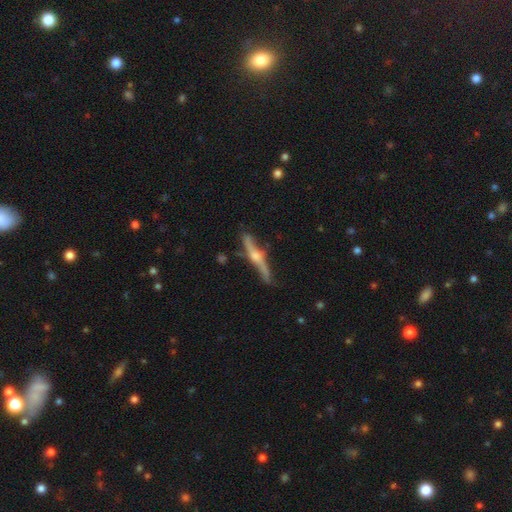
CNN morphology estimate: Smooth or featured? Predicted: featured or disk (p=0.78). Edge-on disk? Predicted: yes (p=0.92). Edge-on bulge? Predicted: rounded (p=0.89). Merging? Predicted: none (p=0.75).